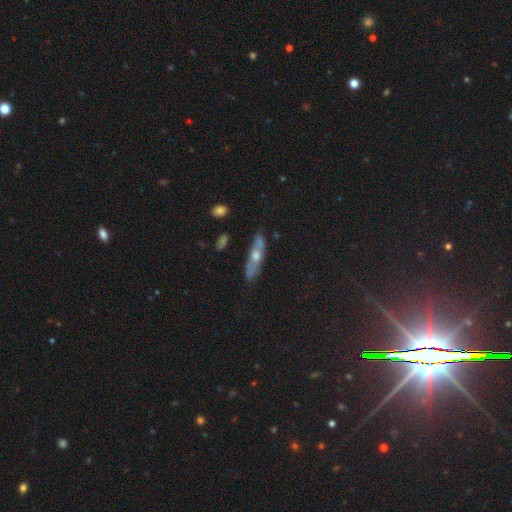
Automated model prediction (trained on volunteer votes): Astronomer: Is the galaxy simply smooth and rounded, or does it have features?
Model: featured or disk — 55% (runner-up: smooth, 34%).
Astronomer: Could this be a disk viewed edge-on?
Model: yes — 58% (runner-up: no, 42%).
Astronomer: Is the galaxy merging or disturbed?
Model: none — 75%.